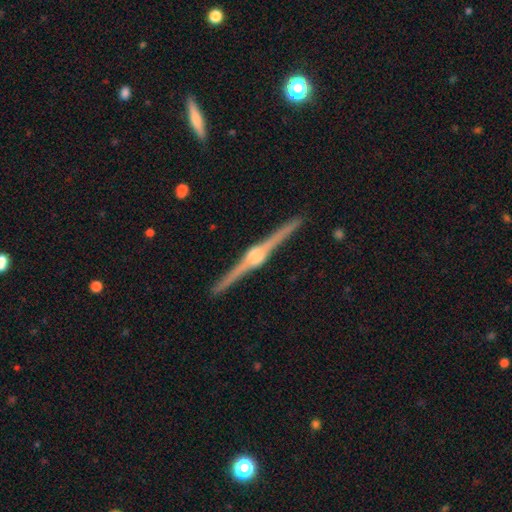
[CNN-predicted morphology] smooth_or_featured: featured or disk (p=0.90) [alt: star or artifact p=0.05]
disk_edge_on: yes (p=0.99) [alt: no p=0.01]
edge_on_bulge: rounded (p=0.82) [alt: boxy p=0.15]
merging: none (p=0.90) [alt: minor disturbance p=0.07]